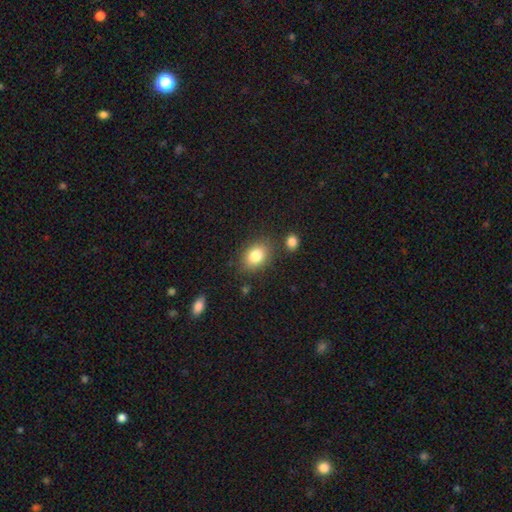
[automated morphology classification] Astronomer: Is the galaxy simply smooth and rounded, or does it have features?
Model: smooth — 83%.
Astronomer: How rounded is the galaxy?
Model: in between — 65%.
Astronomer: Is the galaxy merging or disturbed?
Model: none — 81%.